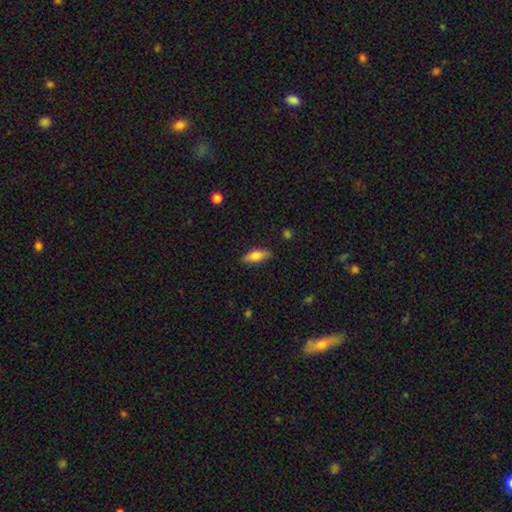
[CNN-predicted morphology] This is likely a smooth galaxy (72%). How rounded: likely in between (69%). Merging: clearly none (84%).